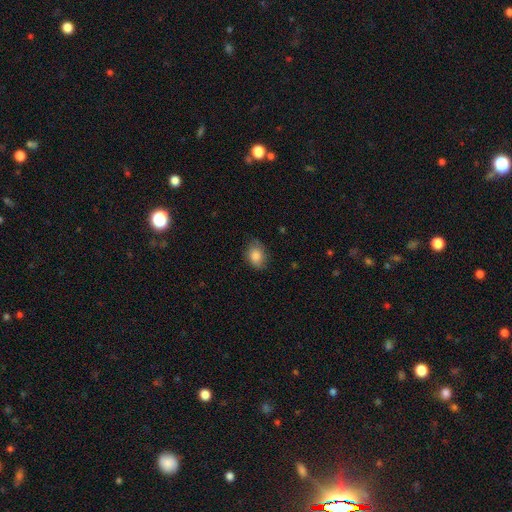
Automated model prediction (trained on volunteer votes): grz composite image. It shows a smooth galaxy with no disk features (84%) that is in between round and cigar-shaped (69%). Merging: none (75%).